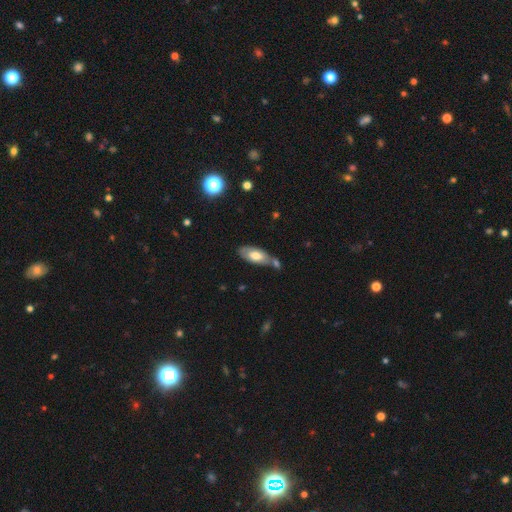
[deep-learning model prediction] The model was most divided on "merging": none: 50%, merger: 26%, minor disturbance: 19%, major disturbance: 6%. More confident: how rounded — in between (83%); smooth or featured — smooth (60%).